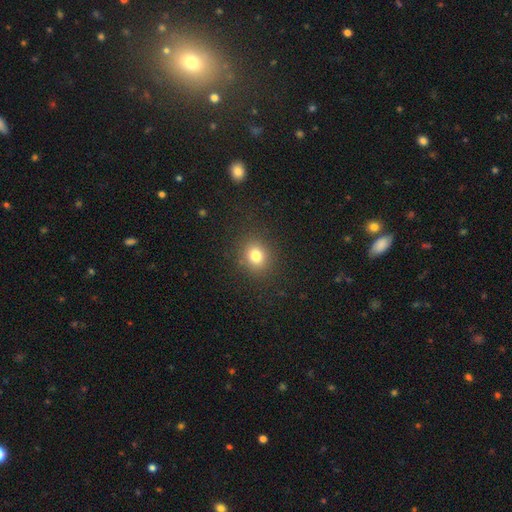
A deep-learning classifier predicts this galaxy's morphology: Smooth or featured: smooth — 79% (star or artifact — 14%)
How rounded: round — 73% (in between — 26%)
Merging: none — 87% (minor disturbance — 8%)